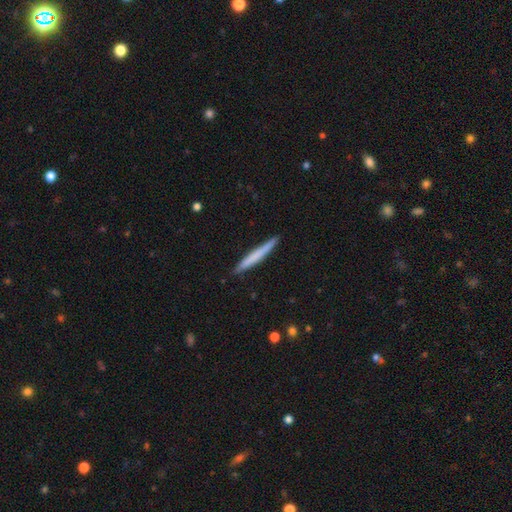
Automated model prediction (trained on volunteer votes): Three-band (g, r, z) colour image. It shows a smooth galaxy with no disk features (64%) that is cigar-shaped (97%). Merging: none (89%).